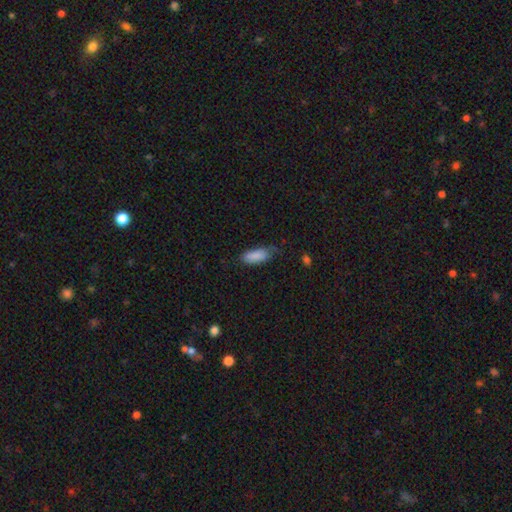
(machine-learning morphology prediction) smooth 87%, featured or disk 7%, star or artifact 6%. Down the decision tree: how rounded — in between (81%); merging — none (57%).